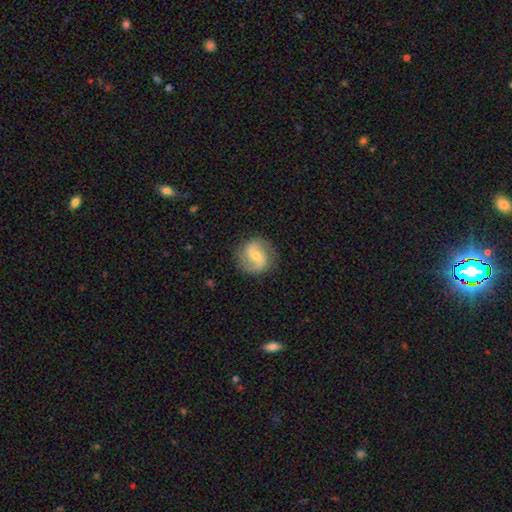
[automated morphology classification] Overall: featured or disk (79%). Edge-on disk: no (98%). Bar: weak (47%; no 31%). Spiral arms: yes (94%). Spiral arm count: 2 (91%). Spiral winding: medium (48%; loose 32%). Bulge size: small (54%; moderate 40%). Merging: none (85%).